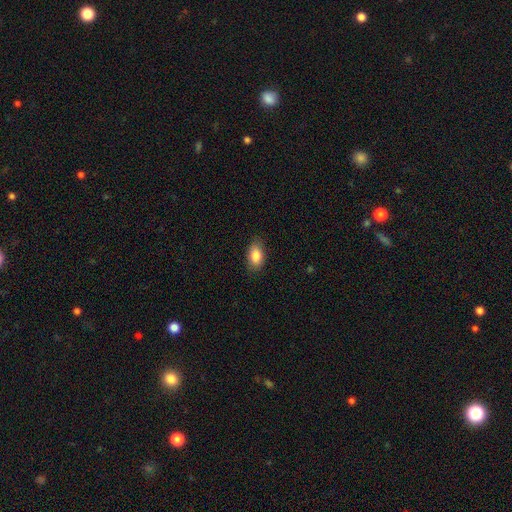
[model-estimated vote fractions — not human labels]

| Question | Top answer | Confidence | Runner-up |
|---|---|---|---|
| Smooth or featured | smooth | 86% | featured or disk (7%) |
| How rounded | in between | 90% | round (7%) |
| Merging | none | 82% | minor disturbance (14%) |